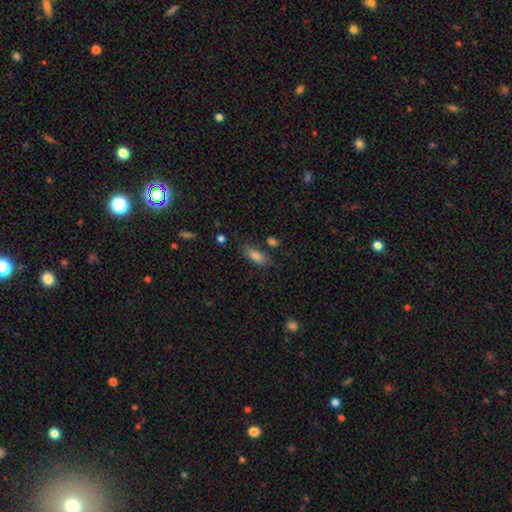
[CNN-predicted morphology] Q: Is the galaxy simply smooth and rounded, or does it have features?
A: smooth — 82%.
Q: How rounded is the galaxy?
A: in between — 78%.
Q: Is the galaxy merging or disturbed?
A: none — 73%.